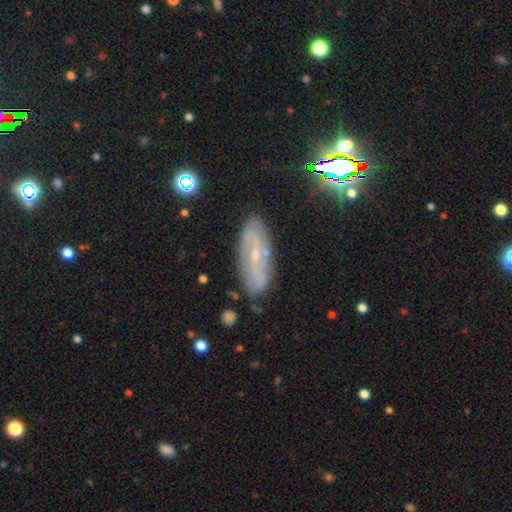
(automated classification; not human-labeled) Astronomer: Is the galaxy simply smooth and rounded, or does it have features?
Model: featured or disk — 60%.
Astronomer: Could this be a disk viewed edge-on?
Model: no — 79%.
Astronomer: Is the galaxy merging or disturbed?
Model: none — 81%.